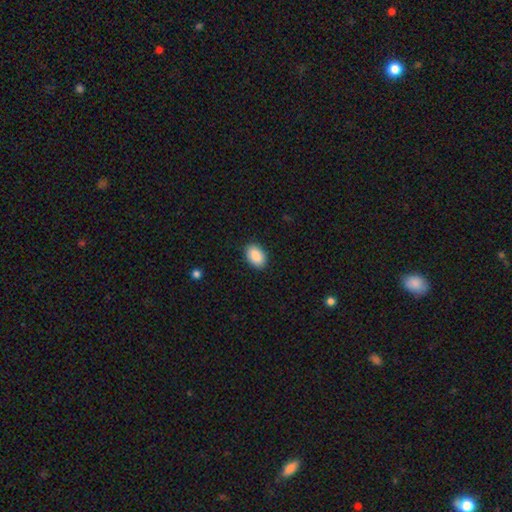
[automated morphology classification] A smooth galaxy with no disk features (88%) that is in between round and cigar-shaped (87%).

Vote fractions:
- Smooth or featured? smooth: 88% / star or artifact: 7% / featured or disk: 5%
- How rounded? in between: 87% / round: 12% / cigar-shaped: 1%
- Merging? none: 89% / minor disturbance: 8% / major disturbance: 2% / merger: 1%